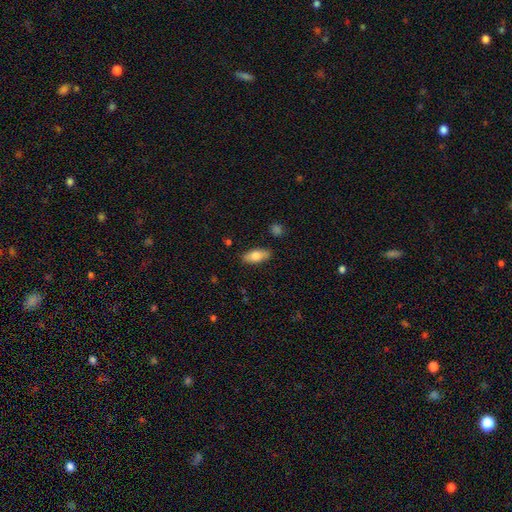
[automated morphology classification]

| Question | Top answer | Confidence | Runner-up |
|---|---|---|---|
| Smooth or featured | smooth | 75% | featured or disk (18%) |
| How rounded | in between | 81% | cigar-shaped (16%) |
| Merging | none | 86% | minor disturbance (10%) |